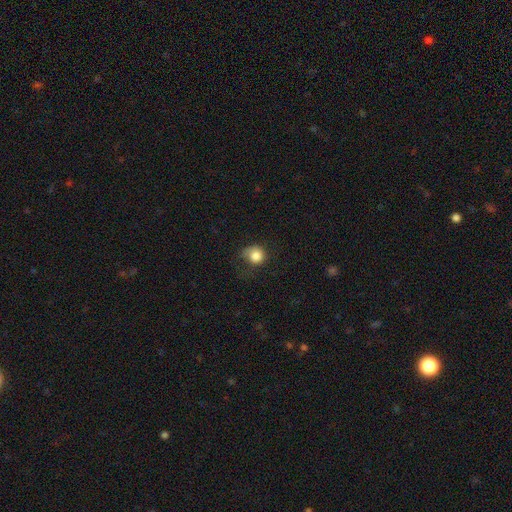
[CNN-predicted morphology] smooth-or-featured: smooth: 83% | star or artifact: 10% | featured or disk: 8%
  how-rounded: round: 81% | in between: 18% | cigar-shaped: 1%
  merging: none: 50% | minor disturbance: 29% | major disturbance: 19% | merger: 2%